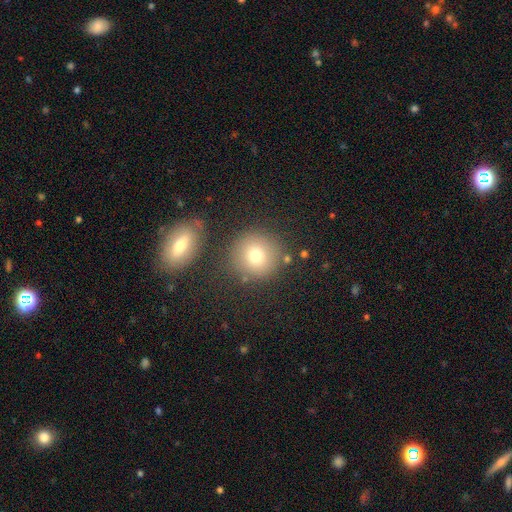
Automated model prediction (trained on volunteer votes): Smooth or featured: smooth — 75% (featured or disk — 13%)
How rounded: round — 91% (in between — 8%)
Merging: none — 77% (merger — 10%)